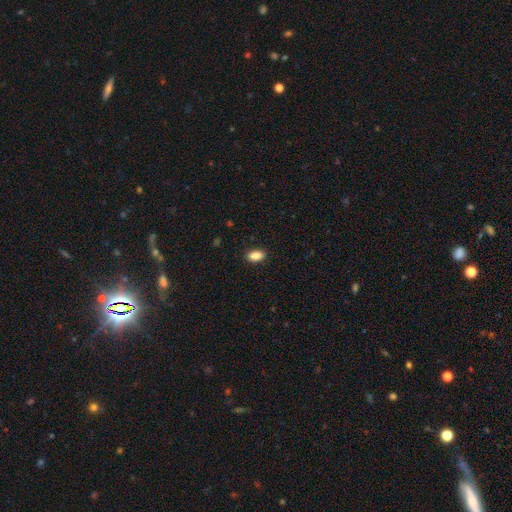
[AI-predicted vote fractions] A smooth galaxy with no disk features (89%) that is in between round and cigar-shaped (91%).

Vote fractions:
- Smooth or featured? smooth: 89% / star or artifact: 8% / featured or disk: 3%
- How rounded? in between: 91% / round: 6% / cigar-shaped: 3%
- Merging? none: 89% / minor disturbance: 8% / major disturbance: 2% / merger: 1%